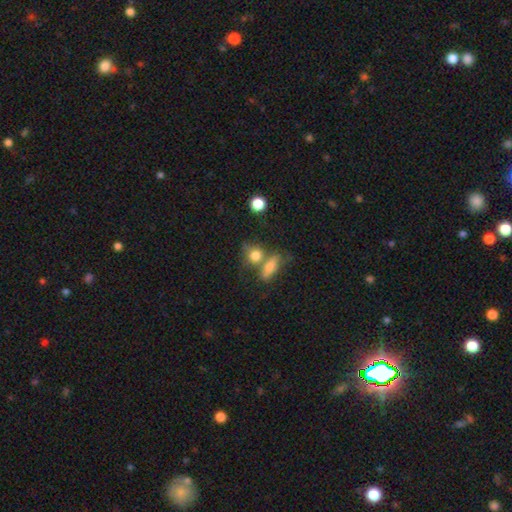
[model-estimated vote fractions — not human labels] A smooth galaxy with no disk features (77%) that is round (58%). Merging: none (41%).